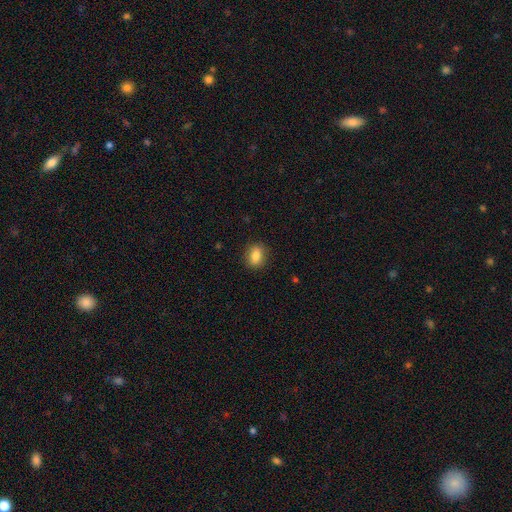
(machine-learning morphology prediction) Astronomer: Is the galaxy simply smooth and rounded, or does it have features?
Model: smooth — 83%.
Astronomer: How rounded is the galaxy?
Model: in between — 63%.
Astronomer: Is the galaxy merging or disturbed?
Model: none — 87%.